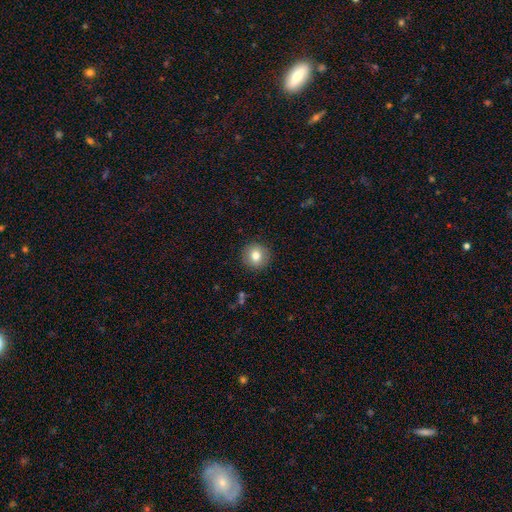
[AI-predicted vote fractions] The model was most divided on "smooth or featured": smooth: 80%, featured or disk: 10%, star or artifact: 9%. More confident: how rounded — round (93%); merging — none (91%).